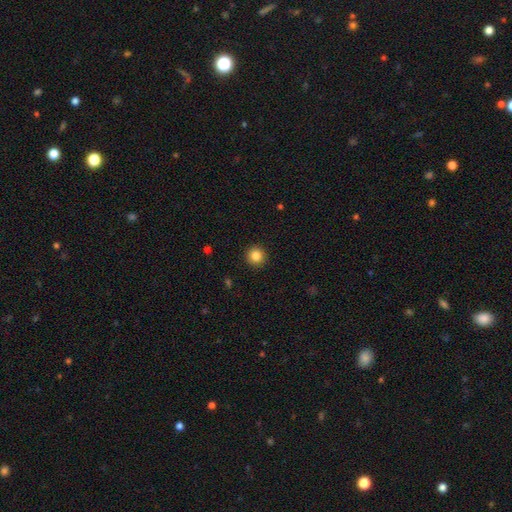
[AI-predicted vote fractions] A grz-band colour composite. It shows a smooth galaxy with no disk features (85%) that is round (95%). Merging: none (93%).